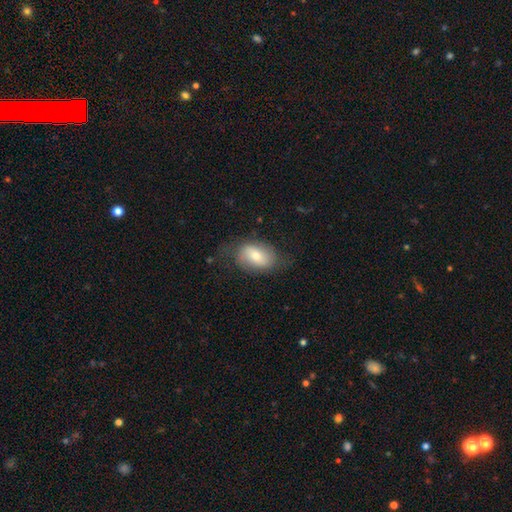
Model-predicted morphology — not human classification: This is likely a smooth galaxy (63%). How rounded: clearly in between (81%). Merging: likely none (64%).